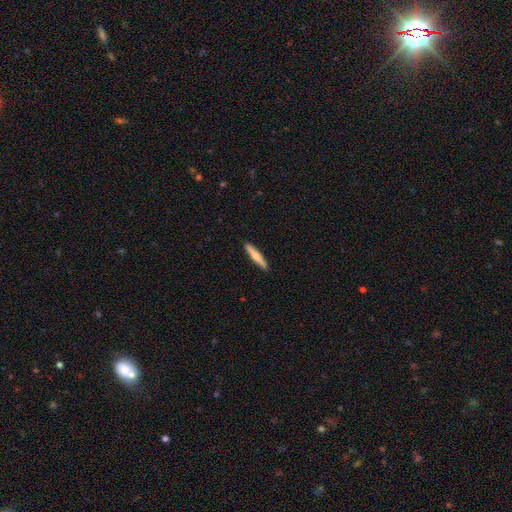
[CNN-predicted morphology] A smooth galaxy with no disk features (66%) that is cigar-shaped (93%).

Vote fractions:
- Smooth or featured? smooth: 66% / featured or disk: 29% / star or artifact: 5%
- How rounded? cigar-shaped: 93% / in between: 6% / round: 1%
- Merging? none: 91% / minor disturbance: 7% / major disturbance: 1% / merger: 1%